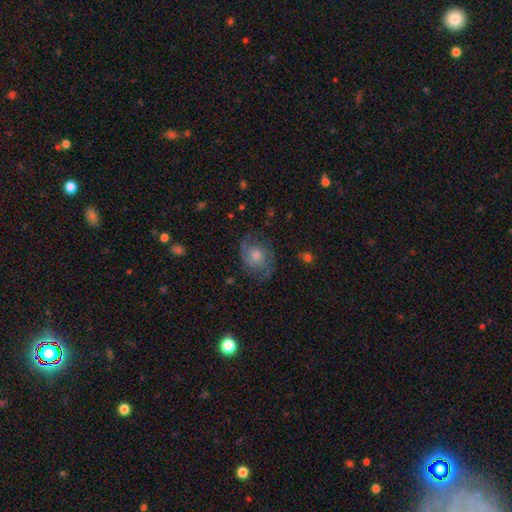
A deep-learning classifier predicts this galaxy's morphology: A featured or disk galaxy (70%) with no bar (73%), 2 (70%) medium (47%) spiral arms (92%) and a moderate central bulge (55%). Merging: none (74%).